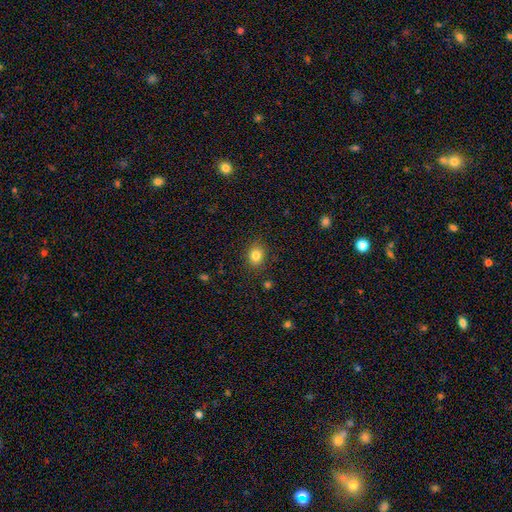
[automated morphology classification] type=smooth (82%); roundness=round (63%); merging=none (88%).